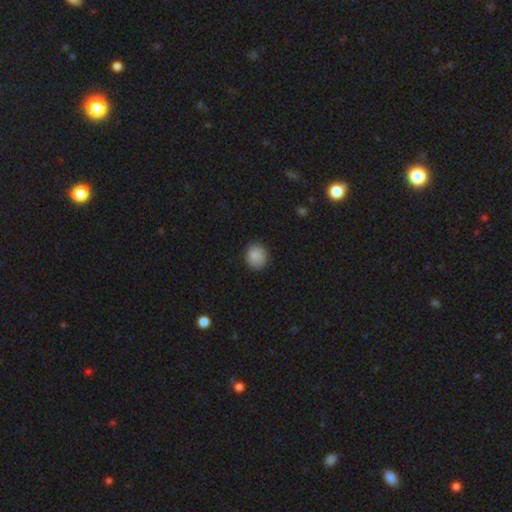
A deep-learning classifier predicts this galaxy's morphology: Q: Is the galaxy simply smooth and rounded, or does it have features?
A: smooth — 88%.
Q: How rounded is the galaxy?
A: round — 76%.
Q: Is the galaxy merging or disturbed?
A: none — 86%.